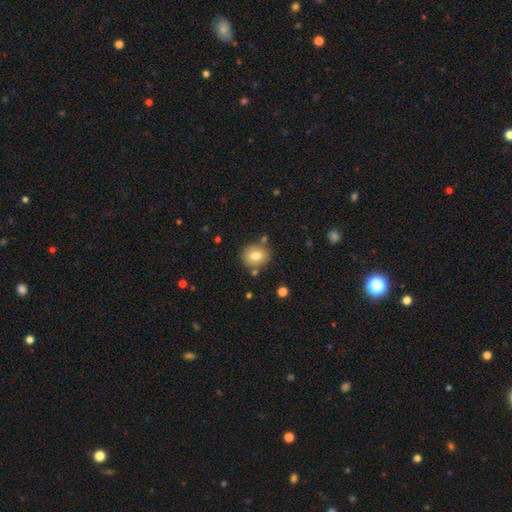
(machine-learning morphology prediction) smooth-or-featured: smooth: 77% | featured or disk: 12% | star or artifact: 10%
  how-rounded: round: 74% | in between: 25% | cigar-shaped: 1%
  merging: none: 79% | minor disturbance: 11% | merger: 7% | major disturbance: 3%